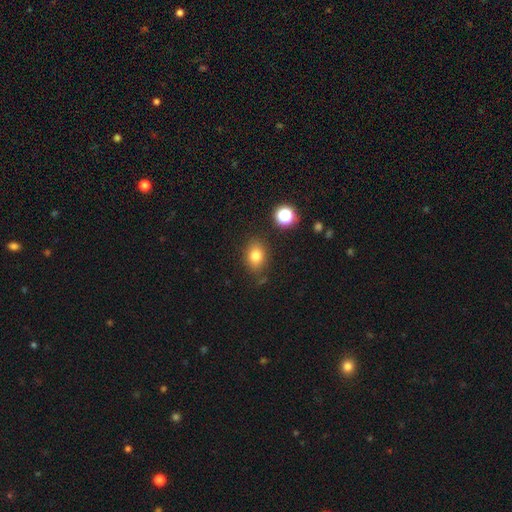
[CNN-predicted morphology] Smooth or featured?
  - smooth: 78% *
  - star or artifact: 13%
  - featured or disk: 9%
How rounded?
  - in between: 61% *
  - round: 38%
  - cigar-shaped: 1%
Merging?
  - none: 79% *
  - minor disturbance: 14%
  - major disturbance: 4%
  - merger: 4%